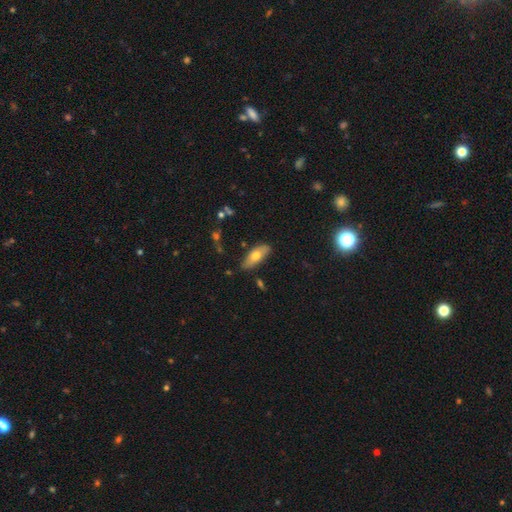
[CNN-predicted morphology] Q: Smooth or featured?
A: smooth (67%); runner-up: featured or disk (26%)
Q: How rounded?
A: in between (77%); runner-up: cigar-shaped (21%)
Q: Merging?
A: none (79%); runner-up: minor disturbance (16%)